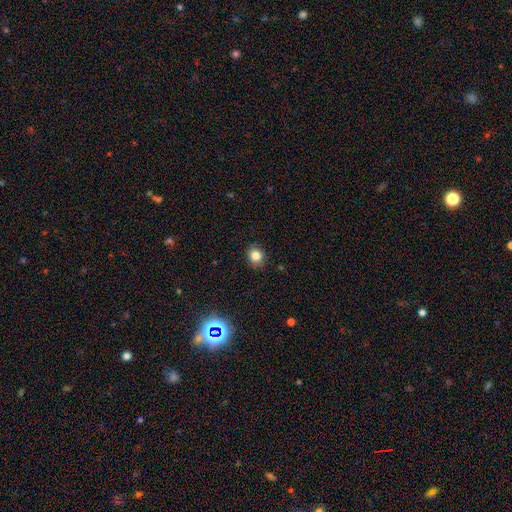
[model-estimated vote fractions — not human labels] smooth_or_featured: smooth (p=0.81) [alt: star or artifact p=0.13]
how_rounded: round (p=0.79) [alt: in between p=0.20]
merging: none (p=0.89) [alt: minor disturbance p=0.08]